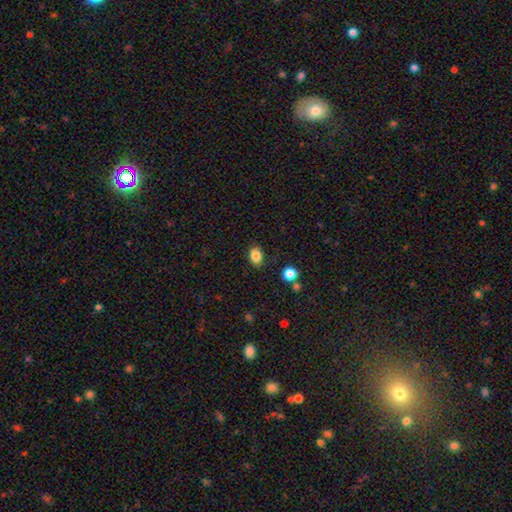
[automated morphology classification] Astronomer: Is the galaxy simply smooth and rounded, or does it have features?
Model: smooth — 85%.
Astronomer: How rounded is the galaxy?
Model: in between — 75%.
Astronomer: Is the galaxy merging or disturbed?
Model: none — 83%.